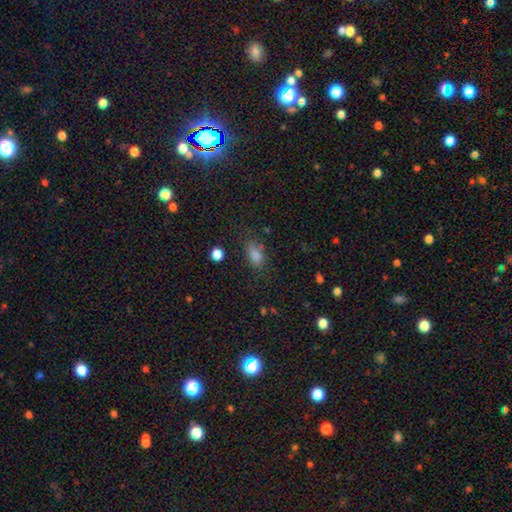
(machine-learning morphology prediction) A smooth galaxy with no disk features (80%) that is in between round and cigar-shaped (83%).

Vote fractions:
- Smooth or featured? smooth: 80% / star or artifact: 14% / featured or disk: 6%
- How rounded? in between: 83% / round: 12% / cigar-shaped: 5%
- Merging? none: 68% / minor disturbance: 21% / major disturbance: 9% / merger: 3%